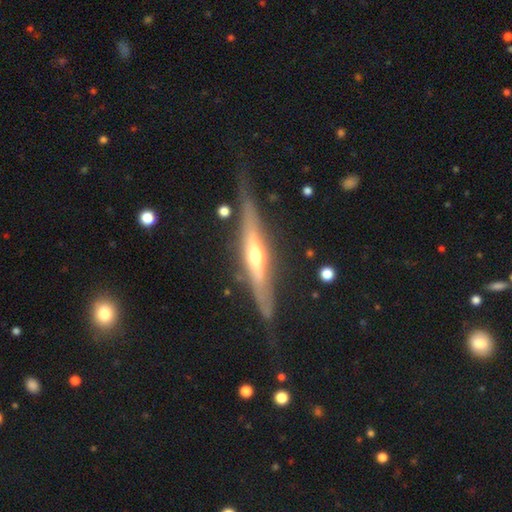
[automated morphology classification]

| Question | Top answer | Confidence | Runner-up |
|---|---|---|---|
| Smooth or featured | featured or disk | 77% | smooth (18%) |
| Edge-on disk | yes | 93% | no (7%) |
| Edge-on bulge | rounded | 86% | none (9%) |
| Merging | none | 73% | minor disturbance (18%) |